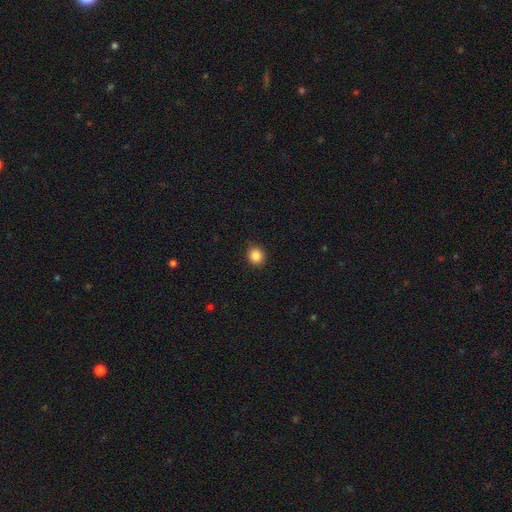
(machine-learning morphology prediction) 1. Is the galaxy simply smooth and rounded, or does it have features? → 87% smooth, 10% star or artifact, 3% featured or disk.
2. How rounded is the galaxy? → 82% round, 17% in between, 1% cigar-shaped.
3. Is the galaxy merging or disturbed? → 87% none, 10% minor disturbance, 2% major disturbance, 1% merger.